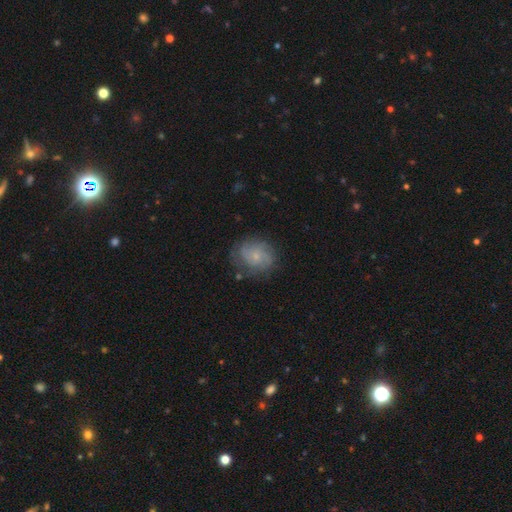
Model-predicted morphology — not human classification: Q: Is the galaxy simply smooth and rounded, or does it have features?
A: featured or disk — 59%.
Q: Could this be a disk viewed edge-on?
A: no — 98%.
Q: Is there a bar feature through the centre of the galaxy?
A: no — 79%.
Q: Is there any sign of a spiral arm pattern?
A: yes — 85%.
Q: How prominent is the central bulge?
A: small — 78%.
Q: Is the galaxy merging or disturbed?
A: none — 72%.